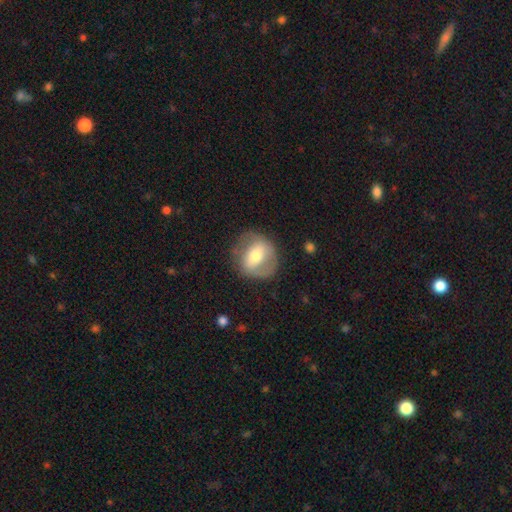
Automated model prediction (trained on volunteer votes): Morphology: type=featured or disk (50%); merging=none (71%).